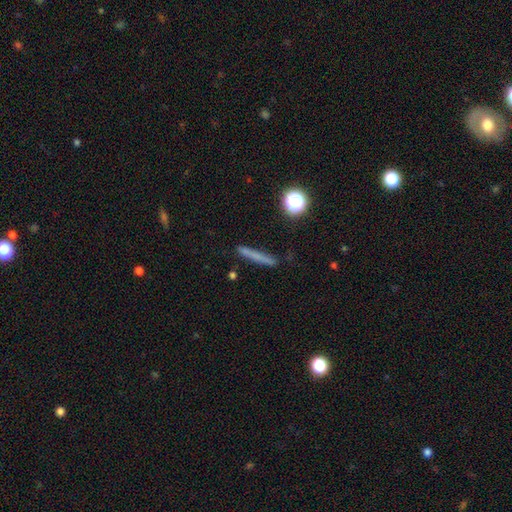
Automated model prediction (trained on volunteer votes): The model was most divided on "smooth or featured": smooth: 62%, featured or disk: 26%, star or artifact: 12%. More confident: how rounded — cigar-shaped (93%); merging — none (85%).